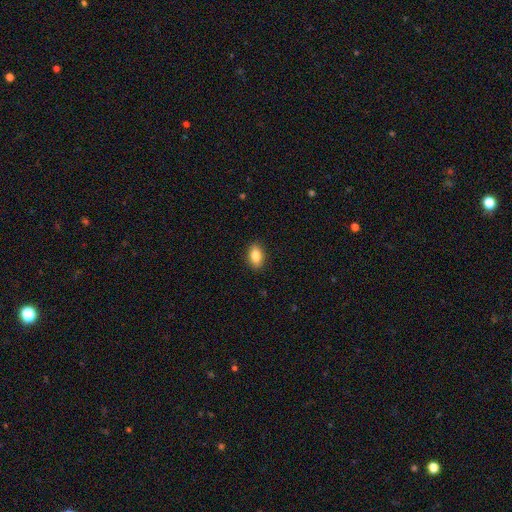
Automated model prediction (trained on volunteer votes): This is clearly a smooth galaxy (85%). How rounded: clearly in between (89%). Merging: clearly none (89%).